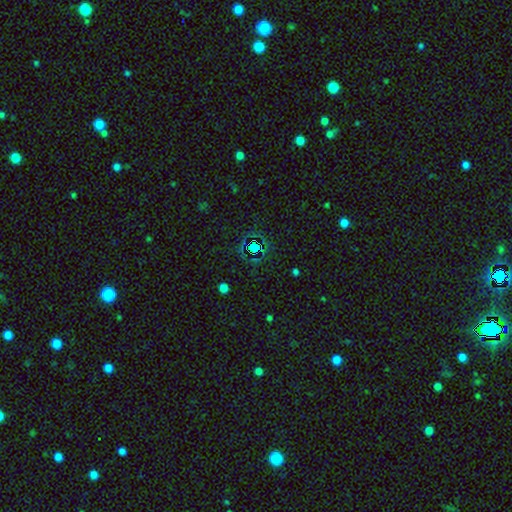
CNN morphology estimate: star or artifact 66%, featured or disk 17%, smooth 17%.